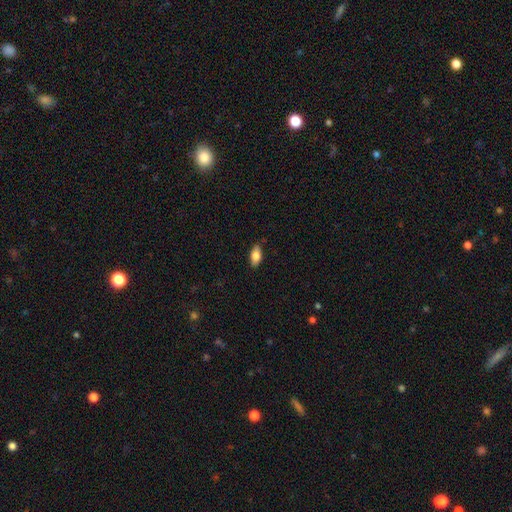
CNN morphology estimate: type=smooth (78%); roundness=in between (87%); merging=none (85%).